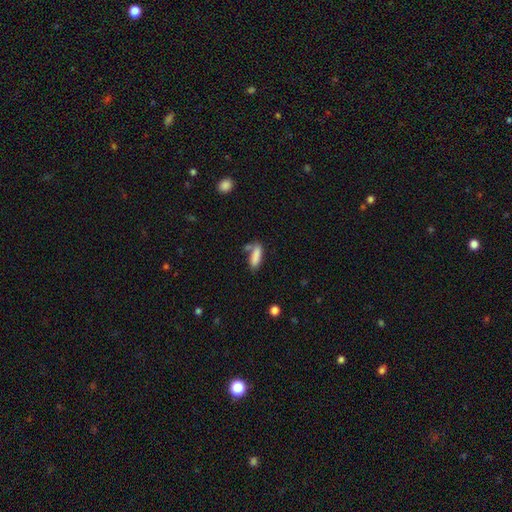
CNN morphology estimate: This is clearly a smooth galaxy (85%). How rounded: possibly in between (52%). Merging: possibly none (58%).